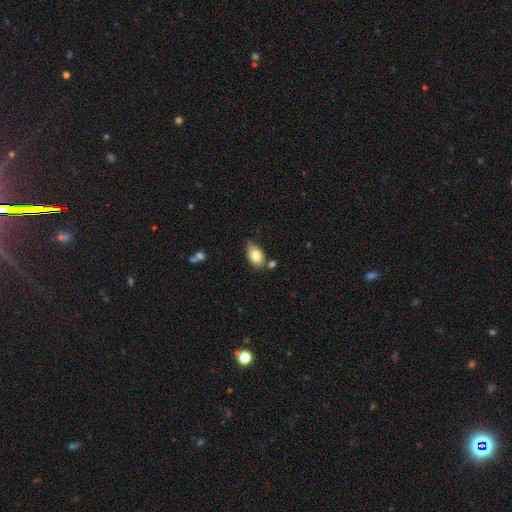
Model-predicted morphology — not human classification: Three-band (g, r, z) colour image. It shows a smooth galaxy with no disk features (80%) that is in between round and cigar-shaped (85%). Merging: none (61%).